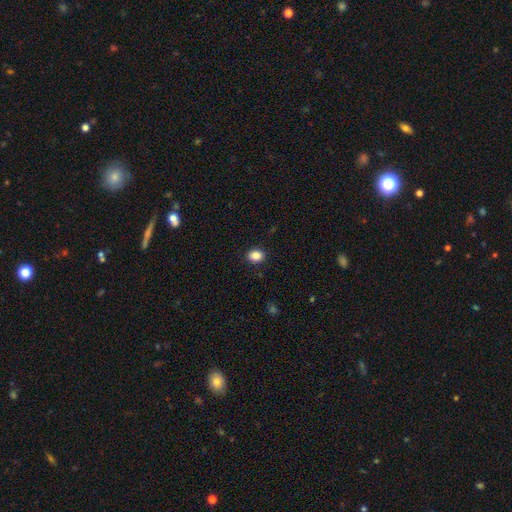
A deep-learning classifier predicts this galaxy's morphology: Smooth or featured?
  - smooth: 87% *
  - star or artifact: 9%
  - featured or disk: 4%
How rounded?
  - in between: 53% *
  - round: 46%
  - cigar-shaped: 1%
Merging?
  - none: 90% *
  - minor disturbance: 7%
  - major disturbance: 2%
  - merger: 1%